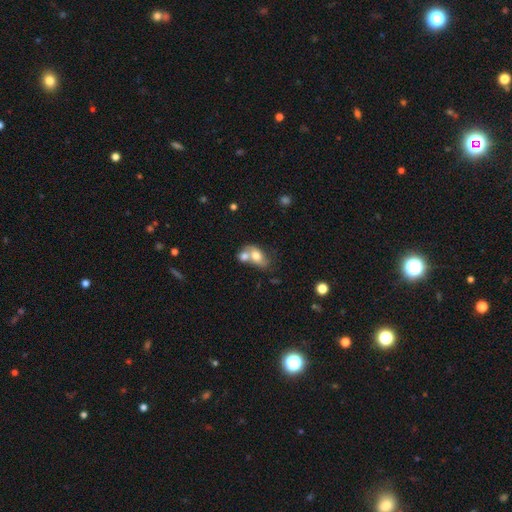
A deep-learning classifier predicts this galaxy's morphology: Smooth or featured? smooth (64%)
How rounded? in between (79%)
Merging? merger (60%)